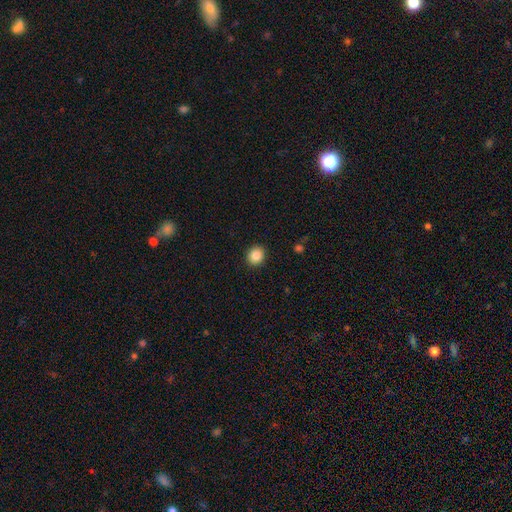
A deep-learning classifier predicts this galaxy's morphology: smooth-or-featured: smooth: 86% | star or artifact: 10% | featured or disk: 5%
  how-rounded: round: 84% | in between: 15% | cigar-shaped: 1%
  merging: none: 92% | minor disturbance: 5% | major disturbance: 2% | merger: 1%